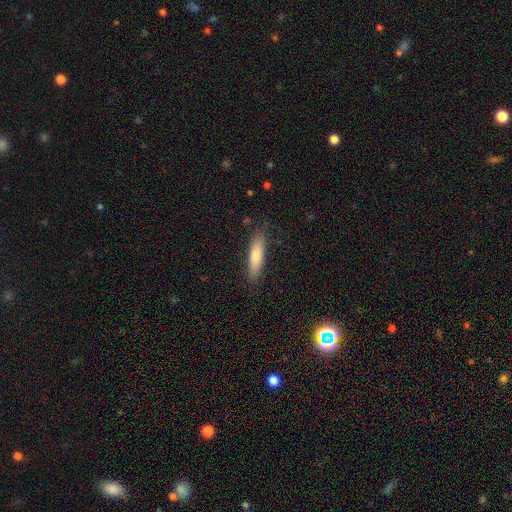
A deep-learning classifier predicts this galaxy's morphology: Q: Smooth or featured?
A: smooth (72%); runner-up: featured or disk (21%)
Q: How rounded?
A: cigar-shaped (72%); runner-up: in between (26%)
Q: Merging?
A: none (86%); runner-up: minor disturbance (11%)